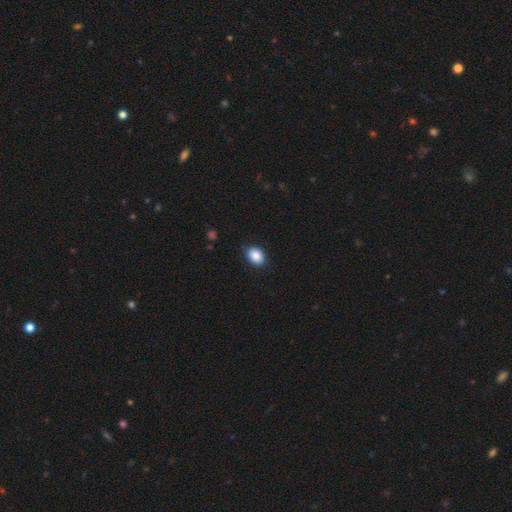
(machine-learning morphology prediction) A smooth galaxy with no disk features (87%) that is in between round and cigar-shaped (69%). Merging: none (86%).